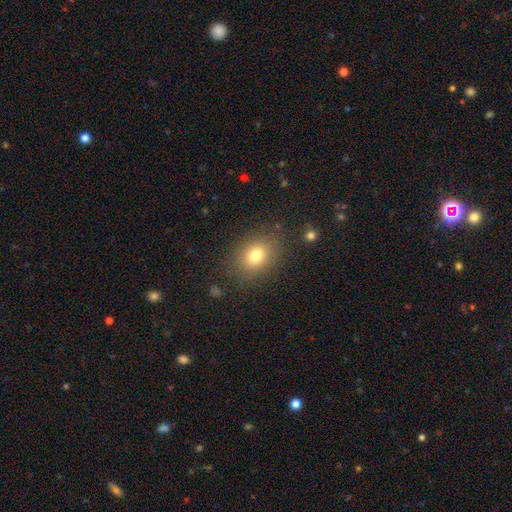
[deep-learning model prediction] smooth 77%, star or artifact 13%, featured or disk 11%. Down the decision tree: how rounded — in between (61%); merging — none (83%).